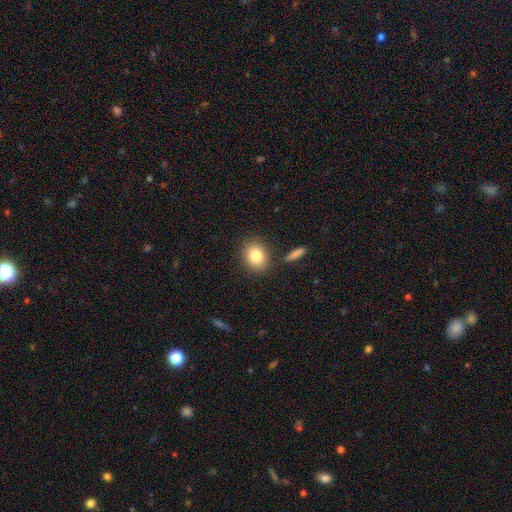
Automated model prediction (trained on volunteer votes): smooth_or_featured: smooth (p=0.82) [alt: featured or disk p=0.09]
how_rounded: round (p=0.56) [alt: in between p=0.43]
merging: none (p=0.83) [alt: minor disturbance p=0.09]